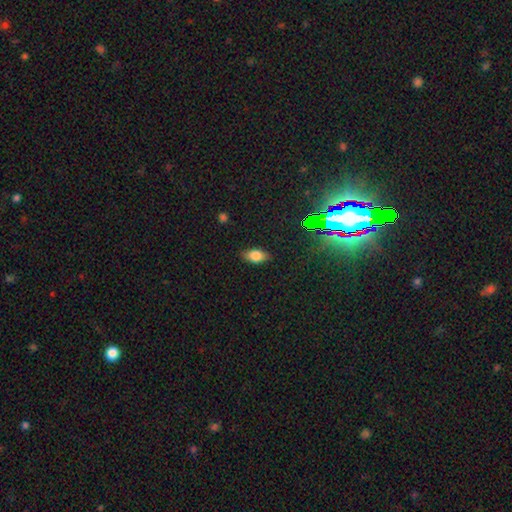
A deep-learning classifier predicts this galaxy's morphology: Overall: smooth (78%). How rounded: in between (88%). Merging: none (83%).